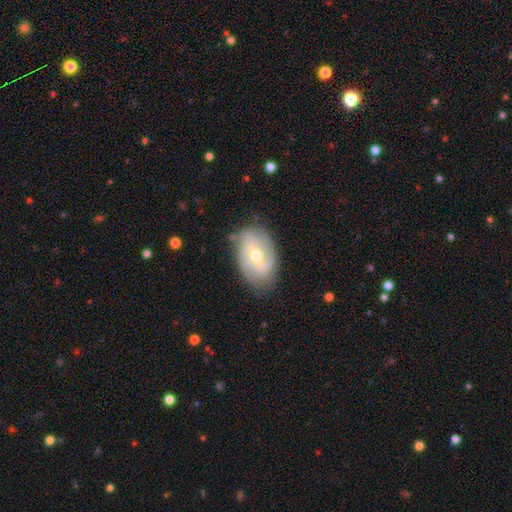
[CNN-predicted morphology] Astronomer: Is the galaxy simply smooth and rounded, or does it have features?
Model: featured or disk — 76%.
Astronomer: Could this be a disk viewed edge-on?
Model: no — 96%.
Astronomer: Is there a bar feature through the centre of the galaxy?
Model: weak — 50% (runner-up: no, 33%).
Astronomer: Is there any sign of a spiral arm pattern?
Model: yes — 89%.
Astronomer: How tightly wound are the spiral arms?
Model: medium — 40%, tied with tight at 40%.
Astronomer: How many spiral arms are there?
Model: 2 — 49%.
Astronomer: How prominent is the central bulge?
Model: moderate — 60% (runner-up: small, 36%).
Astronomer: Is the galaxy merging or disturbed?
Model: none — 75%.